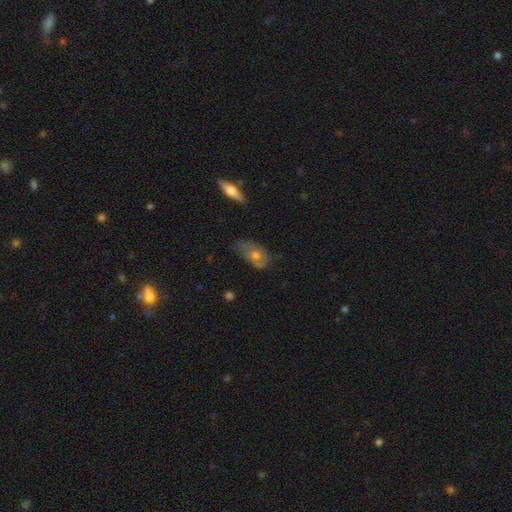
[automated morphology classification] This appears to be a smooth galaxy with no disk features (53%) that is in between round and cigar-shaped (84%). Merging: none (42%).